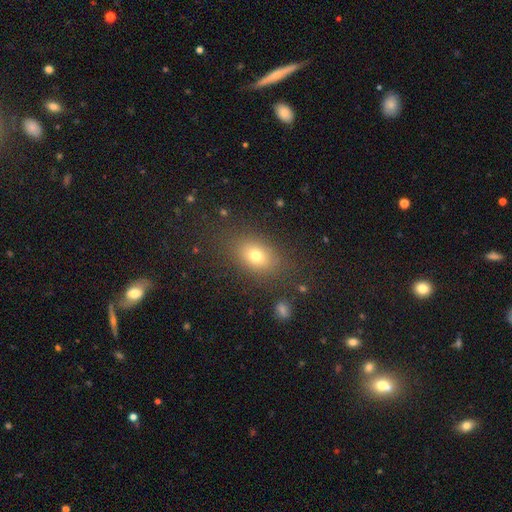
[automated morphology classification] type=smooth (74%); roundness=in between (71%); merging=none (80%).